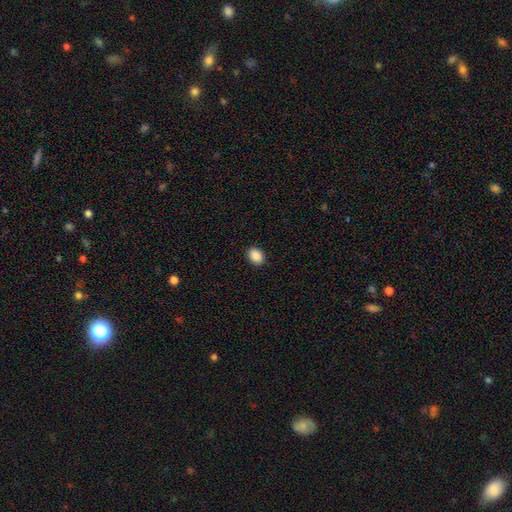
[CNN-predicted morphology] Q: Smooth or featured?
A: smooth (90%); runner-up: star or artifact (8%)
Q: How rounded?
A: in between (68%); runner-up: round (32%)
Q: Merging?
A: none (91%); runner-up: minor disturbance (7%)